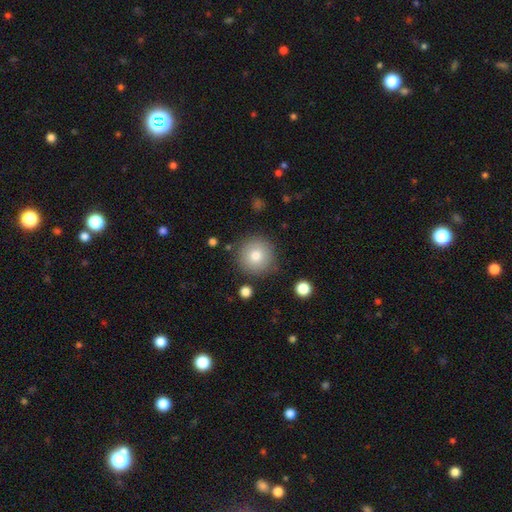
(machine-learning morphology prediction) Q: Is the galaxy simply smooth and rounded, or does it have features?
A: smooth — 78%.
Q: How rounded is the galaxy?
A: round — 95%.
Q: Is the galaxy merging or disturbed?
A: none — 84%.